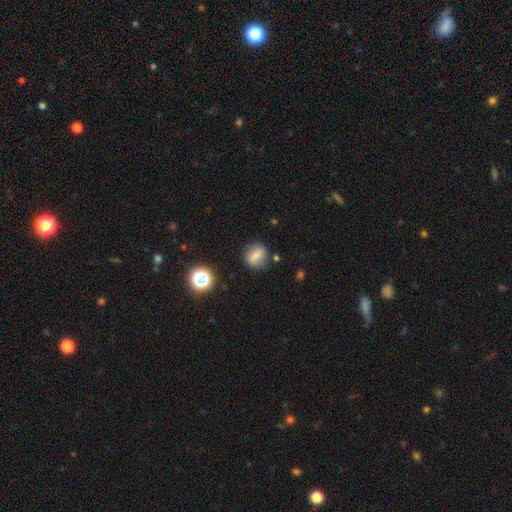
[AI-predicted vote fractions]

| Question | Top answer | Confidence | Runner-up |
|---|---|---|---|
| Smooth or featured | smooth | 71% | featured or disk (17%) |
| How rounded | round | 75% | in between (24%) |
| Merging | none | 80% | minor disturbance (13%) |